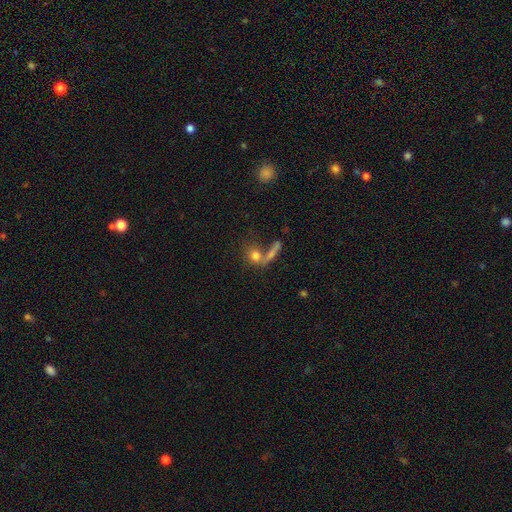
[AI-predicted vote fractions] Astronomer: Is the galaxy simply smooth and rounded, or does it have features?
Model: smooth — 41% (runner-up: star or artifact, 33%).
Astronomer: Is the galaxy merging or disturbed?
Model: none — 40% (runner-up: merger, 35%).